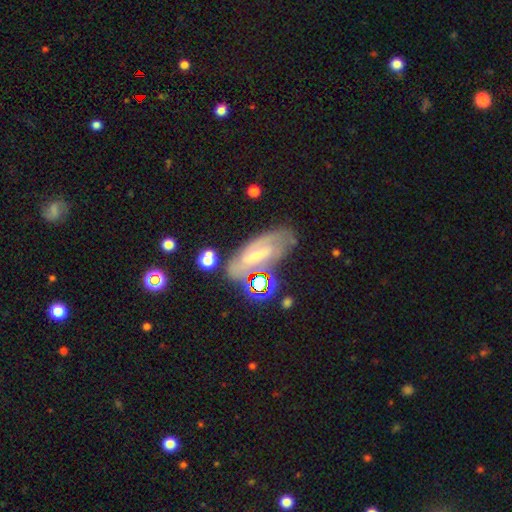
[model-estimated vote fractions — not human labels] Smooth or featured?
  - featured or disk: 65% *
  - smooth: 24%
  - star or artifact: 11%
Edge-on disk?
  - no: 85% *
  - yes: 15%
Bar?
  - weak: 42% *
  - strong: 33%
  - no: 25%
Spiral arms?
  - yes: 80% *
  - no: 20%
Bulge size?
  - small: 52% *
  - moderate: 29%
  - none: 14%
  - large: 4%
  - dominant: 1%
Merging?
  - none: 61% *
  - minor disturbance: 21%
  - major disturbance: 11%
  - merger: 7%